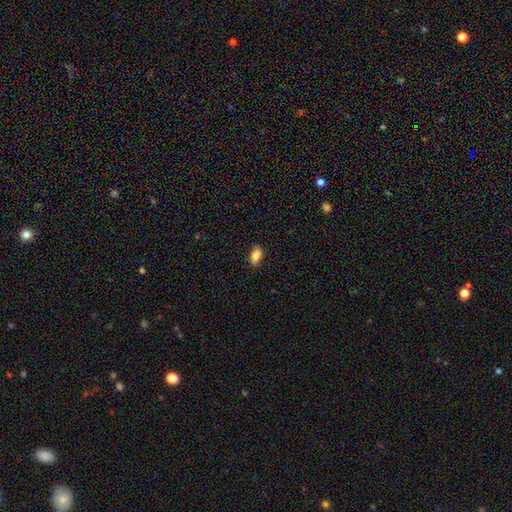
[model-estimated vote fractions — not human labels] This is clearly a smooth galaxy (83%). How rounded: clearly in between (90%). Merging: clearly none (86%).